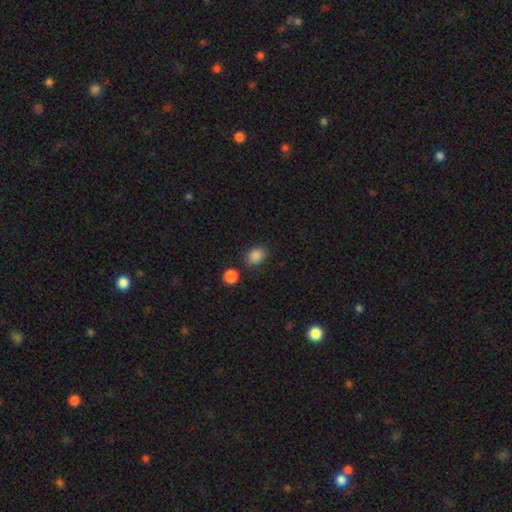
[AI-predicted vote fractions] smooth-or-featured: smooth: 87% | star or artifact: 10% | featured or disk: 4%
  how-rounded: in between: 60% | round: 39% | cigar-shaped: 1%
  merging: none: 79% | minor disturbance: 12% | merger: 5% | major disturbance: 4%